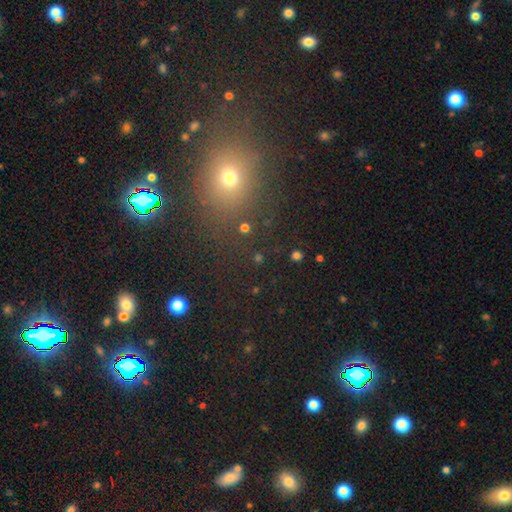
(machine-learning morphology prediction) Overall: smooth (46%; star or artifact 44%). Merging: none (80%).